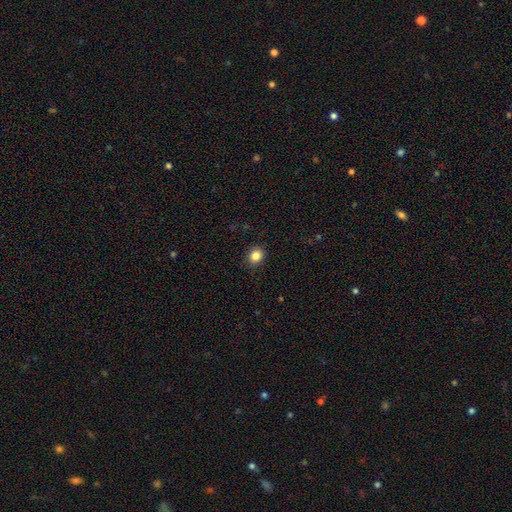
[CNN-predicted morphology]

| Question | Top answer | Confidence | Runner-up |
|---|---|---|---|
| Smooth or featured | smooth | 85% | star or artifact (11%) |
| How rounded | round | 75% | in between (25%) |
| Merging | none | 90% | minor disturbance (7%) |